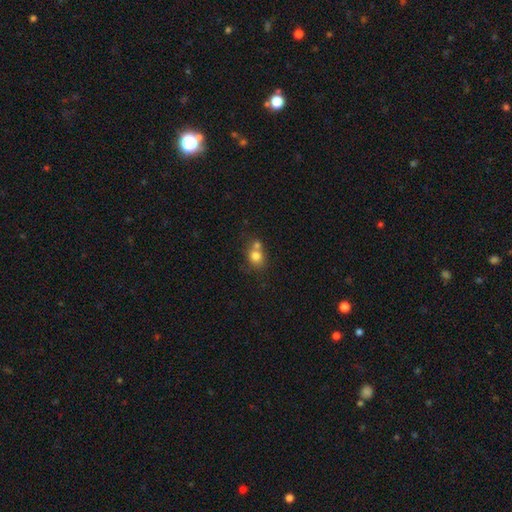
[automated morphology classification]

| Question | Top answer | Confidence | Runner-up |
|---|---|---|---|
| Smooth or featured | smooth | 77% | featured or disk (12%) |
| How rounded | round | 71% | in between (28%) |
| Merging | merger | 45% | none (42%) |